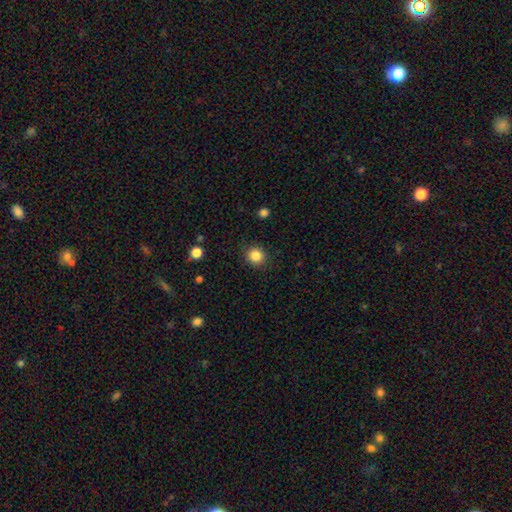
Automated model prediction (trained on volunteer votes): The model was most divided on "smooth or featured": smooth: 84%, star or artifact: 11%, featured or disk: 4%. More confident: how rounded — round (90%); merging — none (90%).